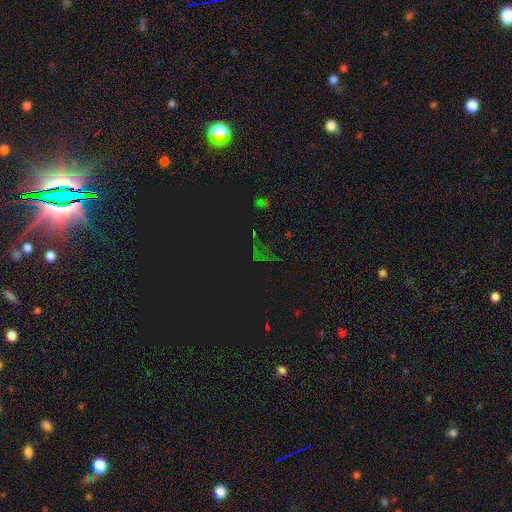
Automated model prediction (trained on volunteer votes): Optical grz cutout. It shows a star or artifact, not a galaxy (77%).